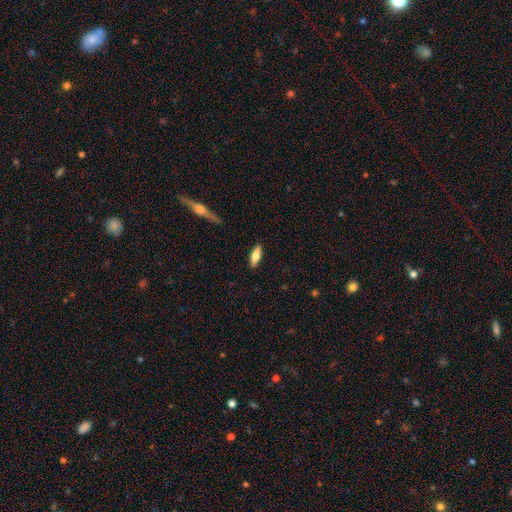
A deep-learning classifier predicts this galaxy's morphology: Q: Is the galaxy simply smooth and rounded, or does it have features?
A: smooth — 66%.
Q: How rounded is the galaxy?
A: in between — 57%.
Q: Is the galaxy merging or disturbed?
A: none — 88%.